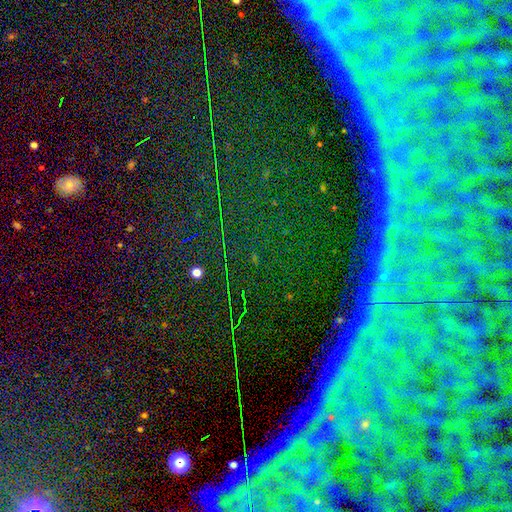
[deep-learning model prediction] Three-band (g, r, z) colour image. It shows a star or artifact, not a galaxy (81%).